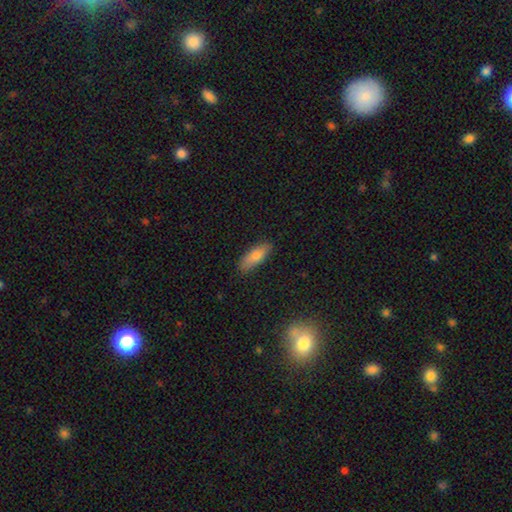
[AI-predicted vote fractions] Smooth or featured? Predicted: smooth (p=0.78). How rounded? Predicted: in between (p=0.67). Merging? Predicted: none (p=0.86).